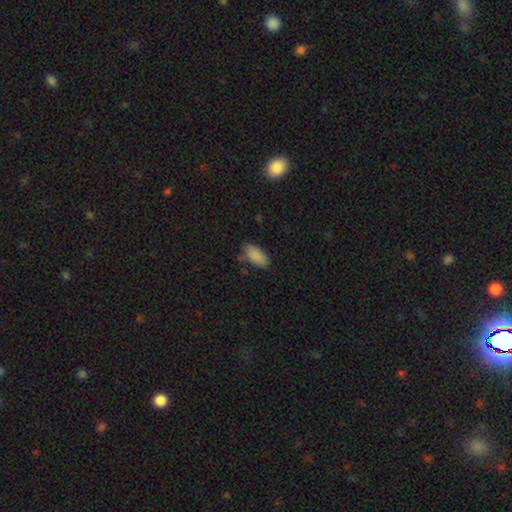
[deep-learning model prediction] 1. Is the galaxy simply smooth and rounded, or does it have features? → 87% smooth, 8% star or artifact, 5% featured or disk.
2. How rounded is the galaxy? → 91% in between, 7% cigar-shaped, 2% round.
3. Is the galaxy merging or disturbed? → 66% none, 25% minor disturbance, 6% major disturbance, 4% merger.